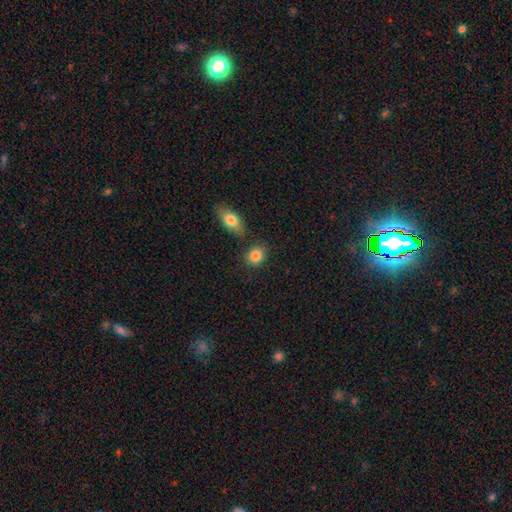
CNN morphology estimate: Q: Smooth or featured?
A: smooth (85%); runner-up: star or artifact (8%)
Q: How rounded?
A: round (56%); runner-up: in between (42%)
Q: Merging?
A: none (77%); runner-up: minor disturbance (11%)